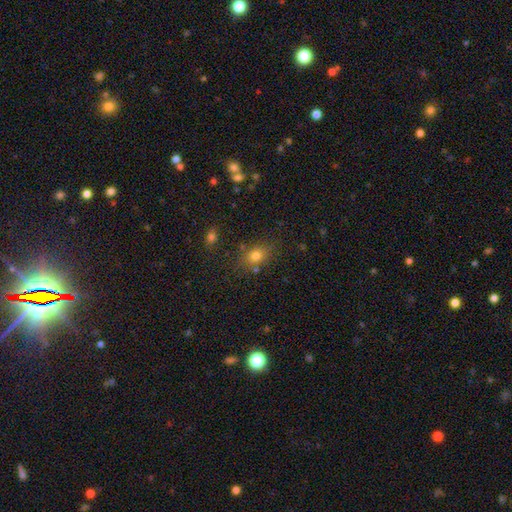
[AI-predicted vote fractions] This appears to be a smooth galaxy with no disk features (76%) that is in between round and cigar-shaped (67%). Merging: none (75%).